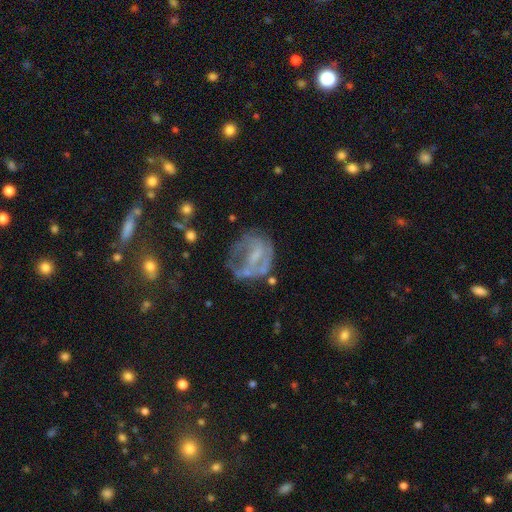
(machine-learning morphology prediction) Smooth or featured? featured or disk (65%)
Edge-on disk? no (97%)
Bar? no (43%)
Spiral arms? yes (51%)
Bulge size? none (38%)
Merging? none (45%)